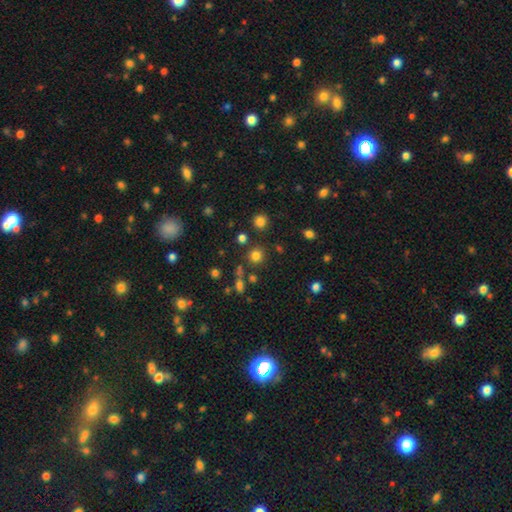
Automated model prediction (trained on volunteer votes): smooth-or-featured: smooth: 77% | star or artifact: 17% | featured or disk: 6%
  how-rounded: round: 91% | in between: 8% | cigar-shaped: 1%
  merging: none: 81% | merger: 8% | minor disturbance: 8% | major disturbance: 3%